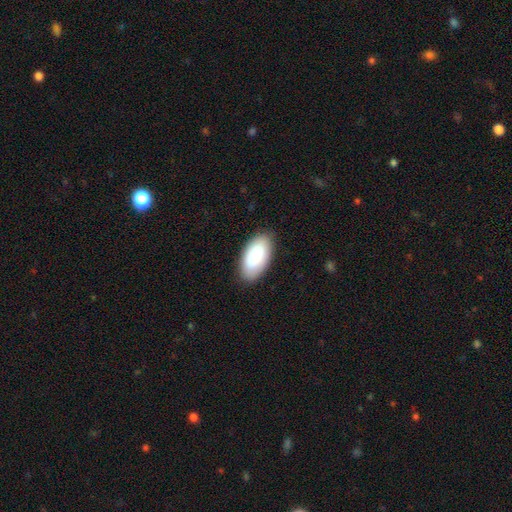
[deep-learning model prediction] A smooth galaxy with no disk features (81%) that is in between round and cigar-shaped (95%). Merging: none (83%).